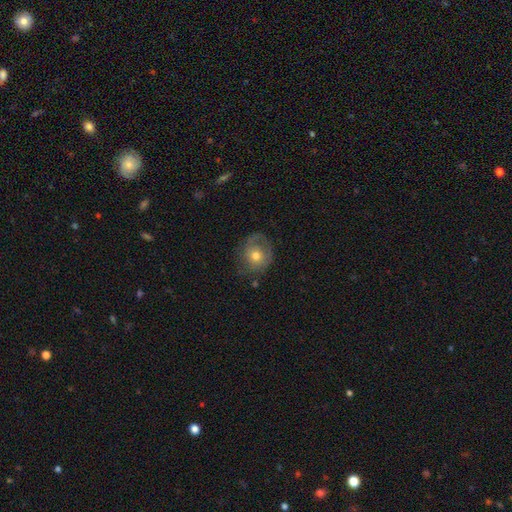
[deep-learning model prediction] Morphology: type=smooth (51%); roundness=round (77%); merging=none (61%).